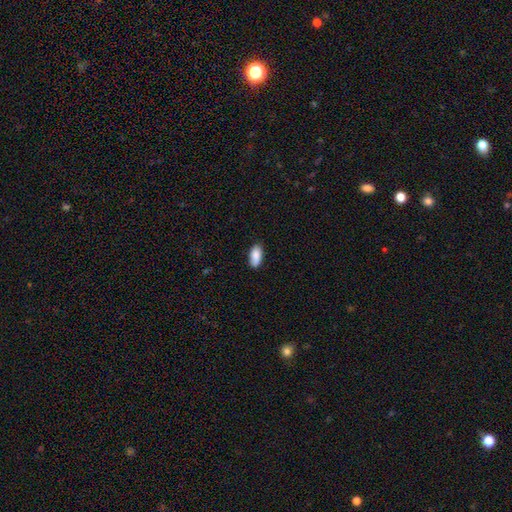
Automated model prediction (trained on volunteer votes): The model was most divided on "merging": none: 83%, minor disturbance: 14%, major disturbance: 2%, merger: 1%. More confident: how rounded — in between (90%); smooth or featured — smooth (88%).